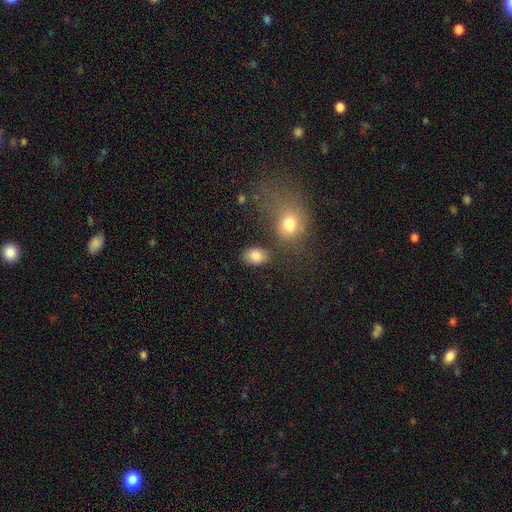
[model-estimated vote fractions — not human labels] Q: Smooth or featured?
A: smooth (83%); runner-up: star or artifact (9%)
Q: How rounded?
A: in between (75%); runner-up: round (23%)
Q: Merging?
A: none (76%); runner-up: minor disturbance (12%)